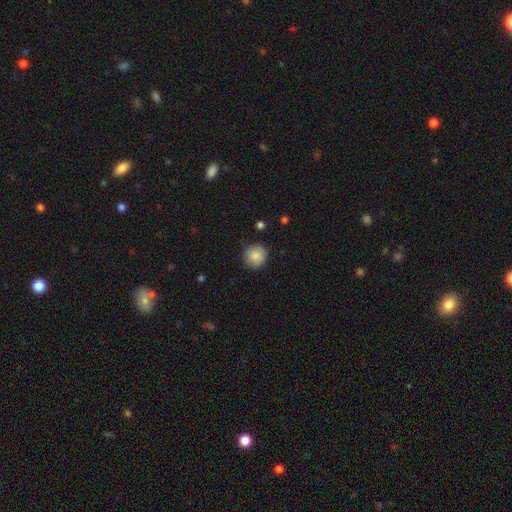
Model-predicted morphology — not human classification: Q: Smooth or featured?
A: smooth (85%); runner-up: star or artifact (8%)
Q: How rounded?
A: round (93%); runner-up: in between (6%)
Q: Merging?
A: none (85%); runner-up: minor disturbance (11%)